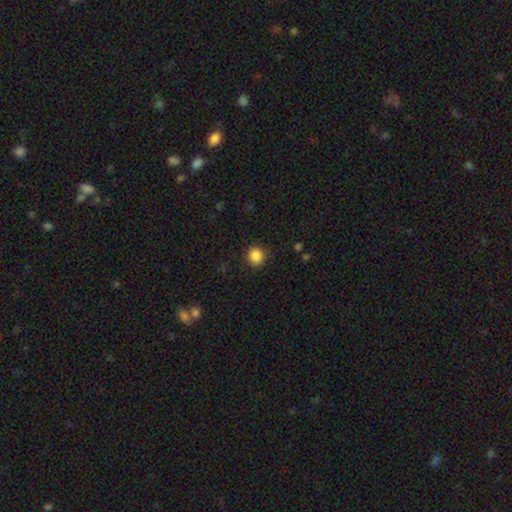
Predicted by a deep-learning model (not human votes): A smooth galaxy with no disk features (86%) that is round (90%).

Vote fractions:
- Smooth or featured? smooth: 86% / star or artifact: 10% / featured or disk: 3%
- How rounded? round: 90% / in between: 9% / cigar-shaped: 1%
- Merging? none: 90% / minor disturbance: 7% / major disturbance: 2% / merger: 1%